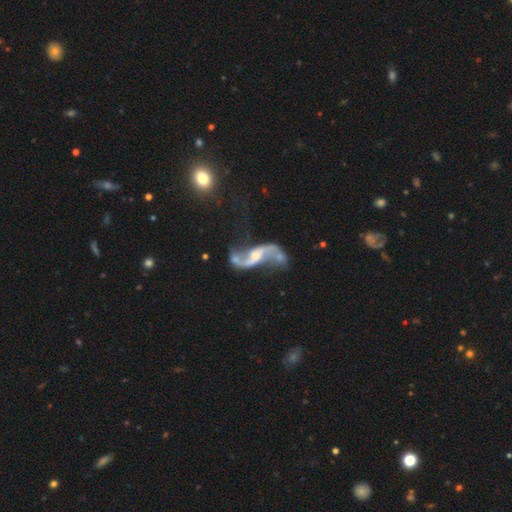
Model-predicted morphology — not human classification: smooth-or-featured: featured or disk: 90% | star or artifact: 6% | smooth: 5%
  disk-edge-on: no: 95% | yes: 5%
    bar: no: 44% | weak: 39% | strong: 17%
    has-spiral-arms: yes: 95% | no: 5%
      spiral-winding: loose: 90% | medium: 7% | tight: 2%
      spiral-arm-count: 2: 93% | 1: 2% | can't tell: 2% | 3: 1% | 4: 1% | more than 4: 1%
    bulge-size: small: 48% | moderate: 34% | none: 12% | large: 4% | dominant: 2%
  merging: none: 52% | minor disturbance: 18% | major disturbance: 15% | merger: 14%